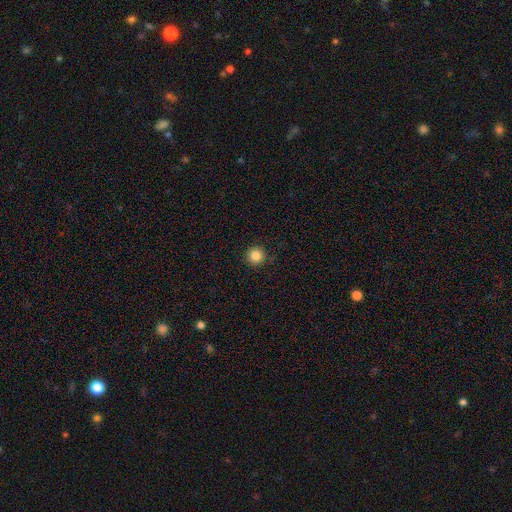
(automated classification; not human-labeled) Smooth or featured: smooth — 86% (star or artifact — 10%)
How rounded: round — 96% (in between — 3%)
Merging: none — 91% (minor disturbance — 6%)